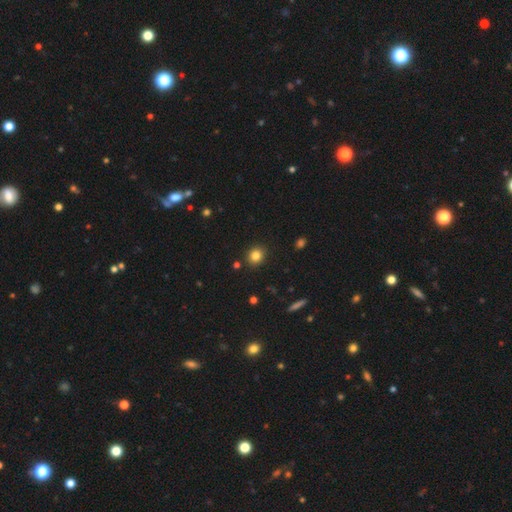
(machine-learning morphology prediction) The model was most divided on "how rounded": round: 81%, in between: 18%, cigar-shaped: 1%. More confident: merging — none (89%); smooth or featured — smooth (83%).